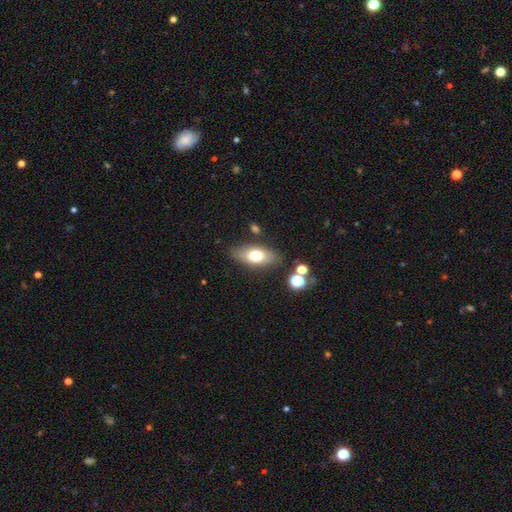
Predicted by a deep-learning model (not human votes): Morphology: type=smooth (69%); roundness=in between (83%); merging=none (79%).